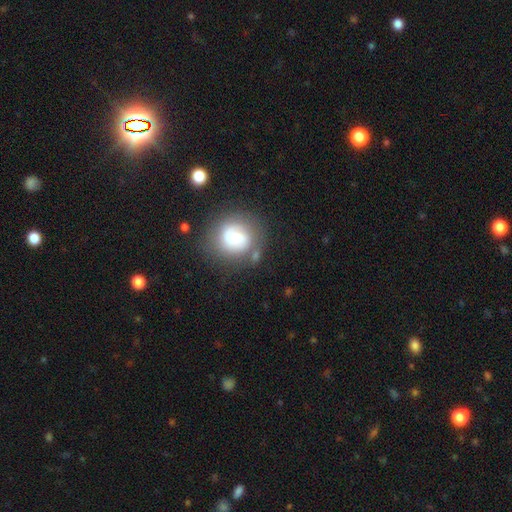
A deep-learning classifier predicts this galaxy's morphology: Q: Smooth or featured?
A: smooth (45%); runner-up: featured or disk (44%)
Q: Merging?
A: none (69%); runner-up: minor disturbance (17%)